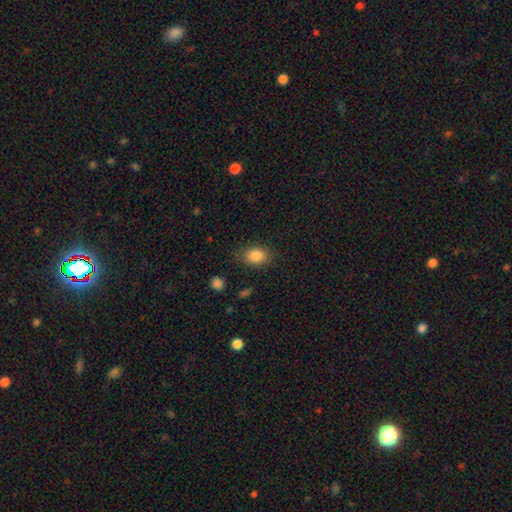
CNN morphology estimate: Overall: smooth (84%). How rounded: in between (73%). Merging: none (81%).